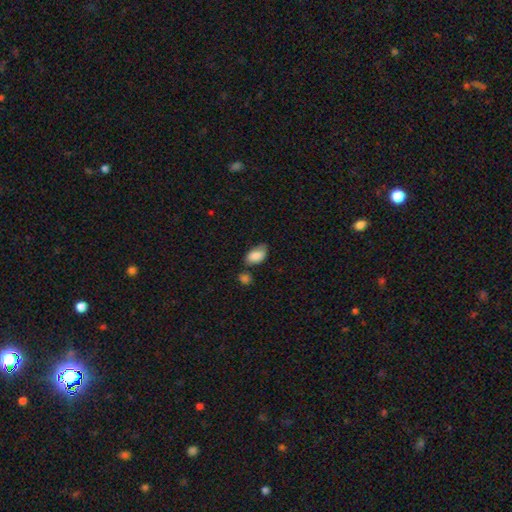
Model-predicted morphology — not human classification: smooth-or-featured: smooth: 86% | star or artifact: 7% | featured or disk: 7%
  how-rounded: in between: 93% | round: 5% | cigar-shaped: 2%
  merging: none: 56% | minor disturbance: 26% | merger: 12% | major disturbance: 6%